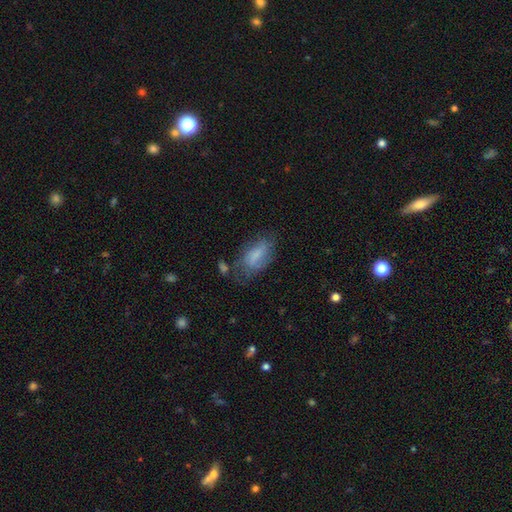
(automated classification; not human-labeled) A smooth galaxy with no disk features (64%) that is in between round and cigar-shaped (84%).

Vote fractions:
- Smooth or featured? smooth: 64% / featured or disk: 27% / star or artifact: 9%
- How rounded? in between: 84% / cigar-shaped: 12% / round: 4%
- Merging? none: 52% / minor disturbance: 29% / major disturbance: 14% / merger: 5%